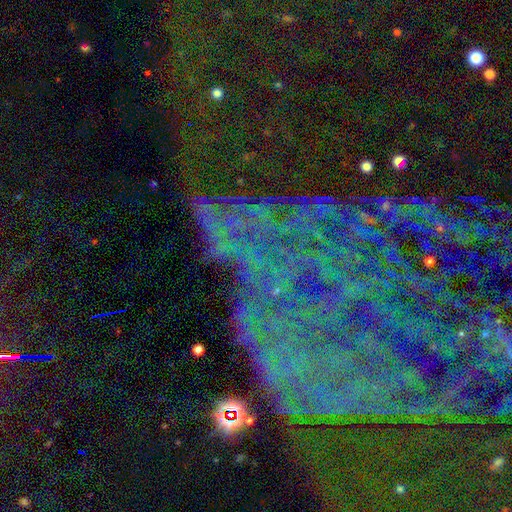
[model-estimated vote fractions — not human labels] A star or artifact, not a galaxy (70%).